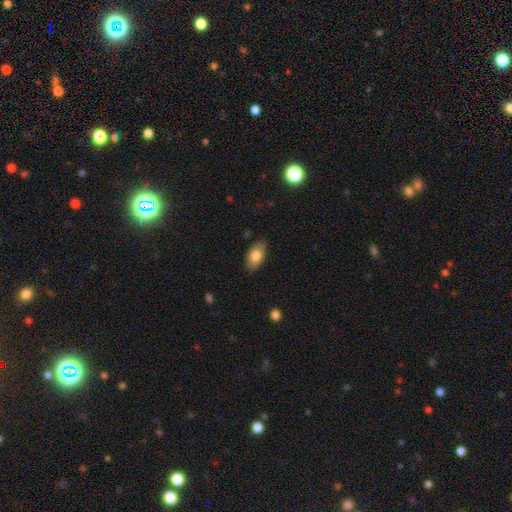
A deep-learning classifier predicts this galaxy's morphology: smooth 78%, featured or disk 15%, star or artifact 7%. Down the decision tree: how rounded — in between (93%); merging — none (86%).